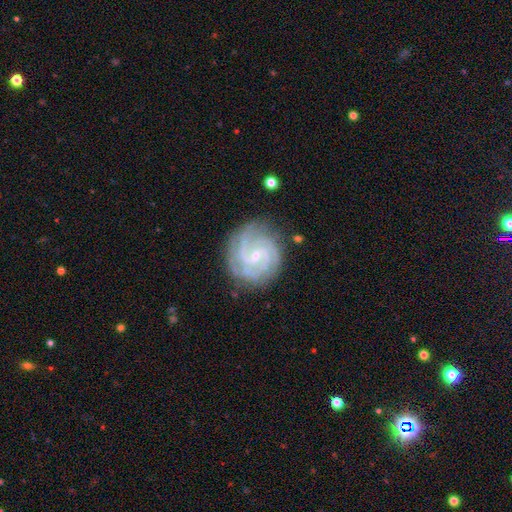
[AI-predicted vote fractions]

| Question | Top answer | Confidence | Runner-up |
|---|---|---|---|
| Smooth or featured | featured or disk | 90% | star or artifact (5%) |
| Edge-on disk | no | 98% | yes (2%) |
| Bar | no | 51% | weak (39%) |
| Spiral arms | yes | 98% | no (2%) |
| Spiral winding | tight | 71% | medium (26%) |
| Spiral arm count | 3 | 31% | 2 (21%) |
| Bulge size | small | 81% | moderate (15%) |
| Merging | none | 81% | minor disturbance (14%) |